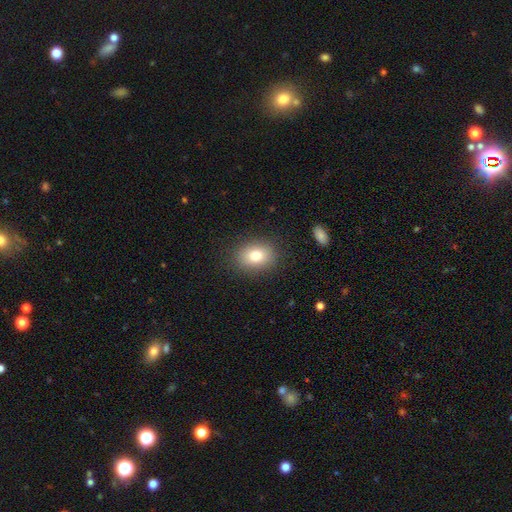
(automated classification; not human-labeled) A smooth galaxy with no disk features (78%) that is in between round and cigar-shaped (58%). Merging: none (87%).